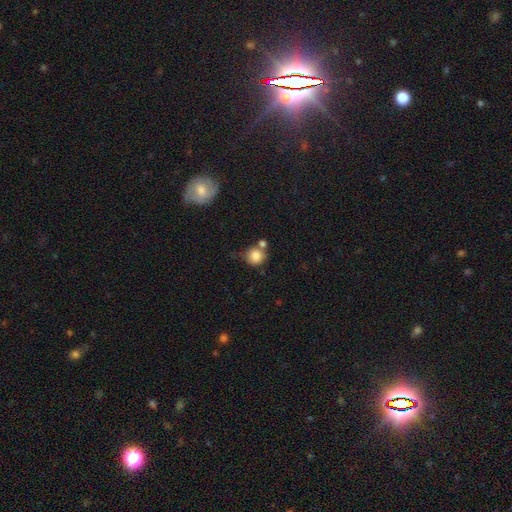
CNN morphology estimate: smooth_or_featured: smooth (p=0.84) [alt: star or artifact p=0.09]
how_rounded: round (p=0.89) [alt: in between p=0.10]
merging: none (p=0.57) [alt: merger p=0.25]